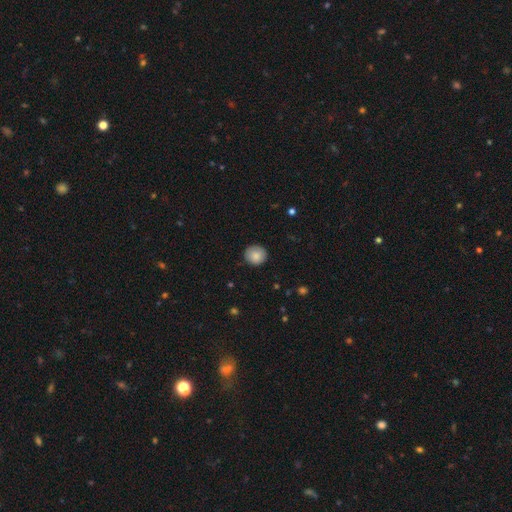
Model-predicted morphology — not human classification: Smooth or featured?
  - smooth: 86% *
  - star or artifact: 8%
  - featured or disk: 6%
How rounded?
  - round: 89% *
  - in between: 10%
  - cigar-shaped: 1%
Merging?
  - none: 86% *
  - minor disturbance: 11%
  - major disturbance: 2%
  - merger: 1%